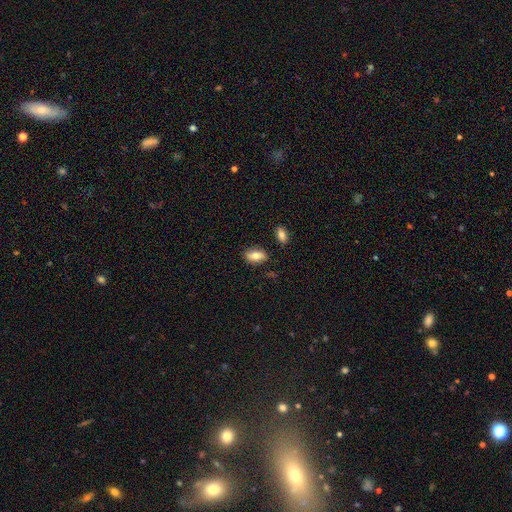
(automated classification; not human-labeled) A smooth galaxy with no disk features (76%) that is in between round and cigar-shaped (90%). Merging: none (84%).